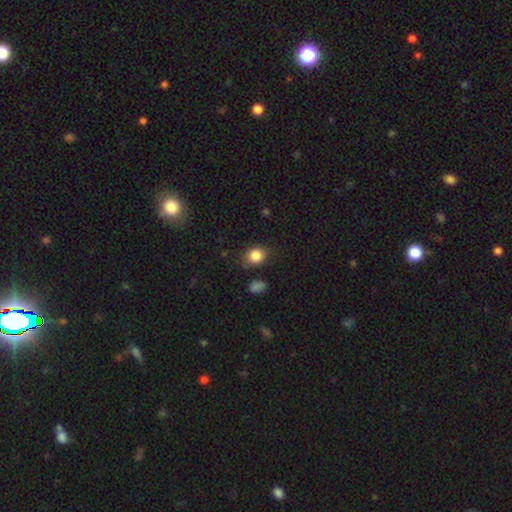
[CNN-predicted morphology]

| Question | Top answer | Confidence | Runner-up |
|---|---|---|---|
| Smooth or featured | smooth | 84% | star or artifact (10%) |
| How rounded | round | 63% | in between (36%) |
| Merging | none | 75% | minor disturbance (17%) |